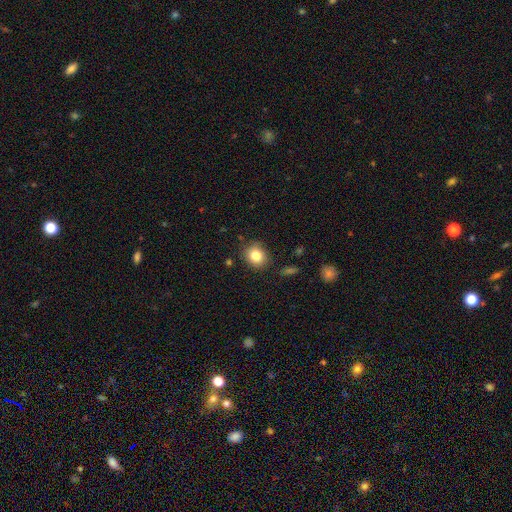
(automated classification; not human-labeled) smooth-or-featured: smooth: 82% | star or artifact: 10% | featured or disk: 7%
  how-rounded: round: 69% | in between: 30% | cigar-shaped: 1%
  merging: none: 86% | minor disturbance: 10% | major disturbance: 2% | merger: 2%